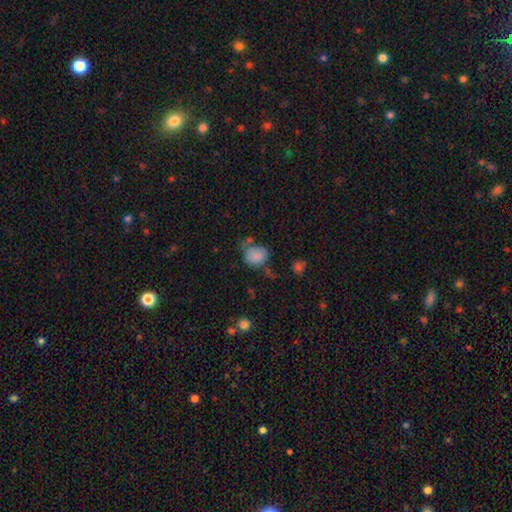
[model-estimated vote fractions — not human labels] Smooth or featured: smooth — 80% (star or artifact — 10%)
How rounded: round — 51% (in between — 48%)
Merging: none — 46% (minor disturbance — 28%)